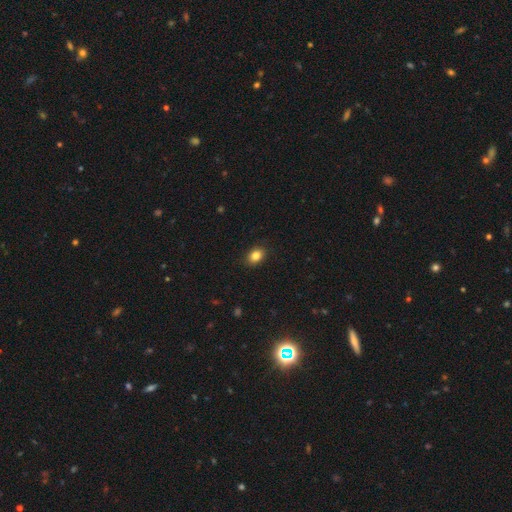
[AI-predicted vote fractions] smooth 84%, star or artifact 10%, featured or disk 6%. Down the decision tree: how rounded — in between (67%); merging — none (89%).